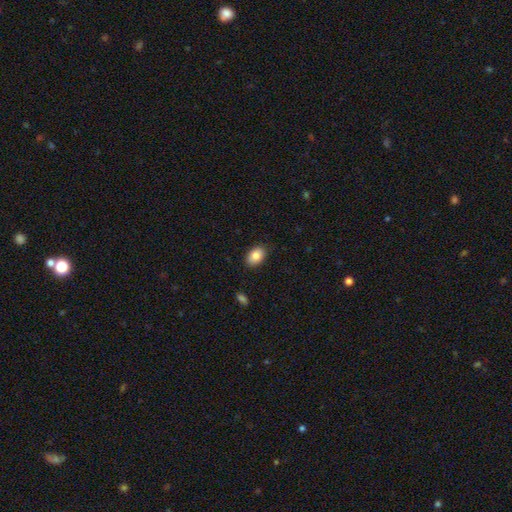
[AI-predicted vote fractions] This appears to be a smooth galaxy with no disk features (86%) that is in between round and cigar-shaped (86%). Merging: none (88%).